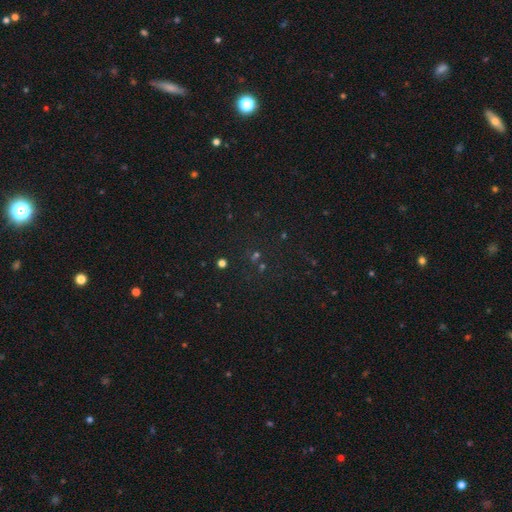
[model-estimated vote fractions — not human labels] Overall: star or artifact (62%; smooth 28%).